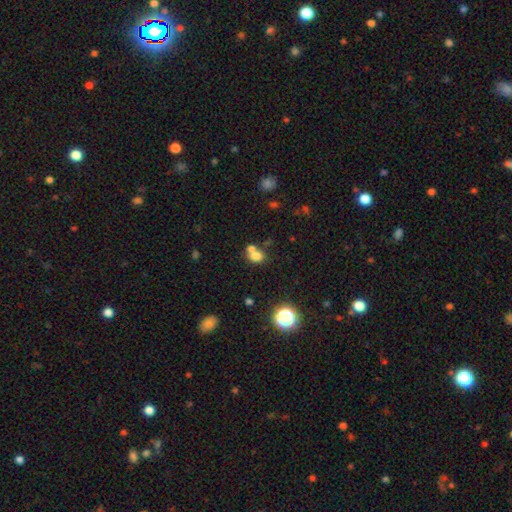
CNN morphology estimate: smooth 73%, star or artifact 16%, featured or disk 11%. Down the decision tree: how rounded — round (54%); merging — merger (47%).